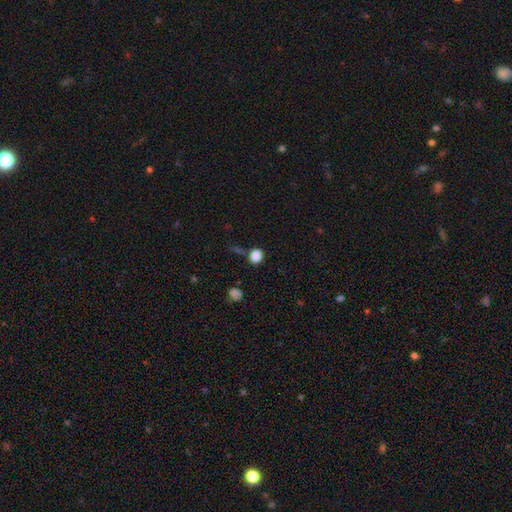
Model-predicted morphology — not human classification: smooth-or-featured: smooth: 84% | star or artifact: 12% | featured or disk: 4%
  how-rounded: round: 69% | in between: 30% | cigar-shaped: 1%
  merging: none: 71% | minor disturbance: 15% | merger: 9% | major disturbance: 5%